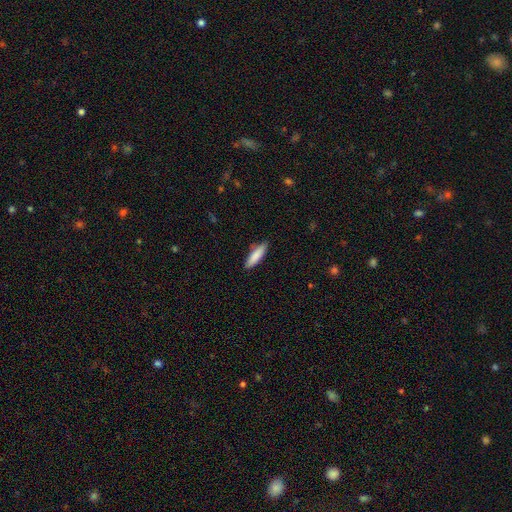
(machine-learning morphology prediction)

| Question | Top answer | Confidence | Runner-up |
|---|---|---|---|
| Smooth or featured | smooth | 85% | featured or disk (9%) |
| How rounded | cigar-shaped | 65% | in between (34%) |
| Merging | none | 86% | minor disturbance (11%) |